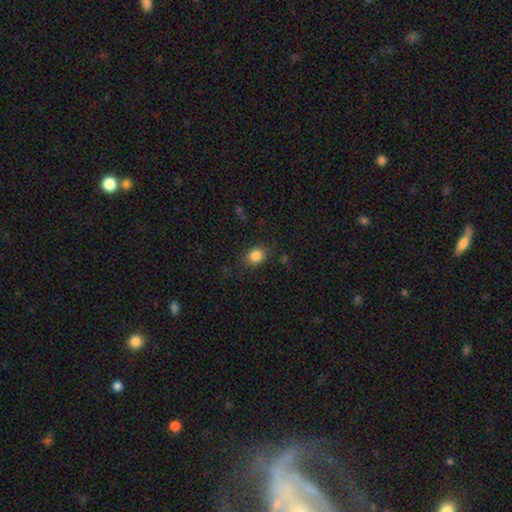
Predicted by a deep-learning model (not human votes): Smooth or featured?
  - smooth: 84% *
  - star or artifact: 10%
  - featured or disk: 5%
How rounded?
  - round: 54% *
  - in between: 45%
  - cigar-shaped: 1%
Merging?
  - none: 82% *
  - minor disturbance: 12%
  - major disturbance: 4%
  - merger: 1%